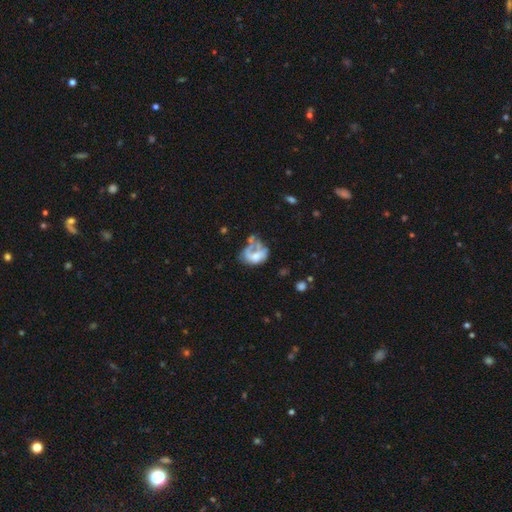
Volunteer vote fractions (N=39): This is possibly a smooth galaxy (56%). How rounded: likely in between (68%). Merging: marginally none (31%).